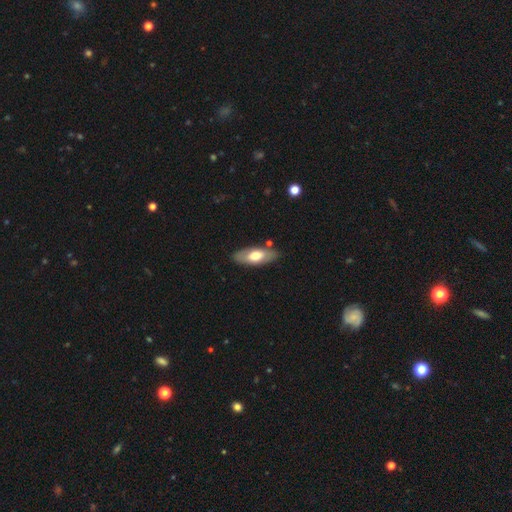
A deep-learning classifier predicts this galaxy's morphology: This appears to be a smooth galaxy with no disk features (59%) that is in between round and cigar-shaped (80%). Merging: none (82%).